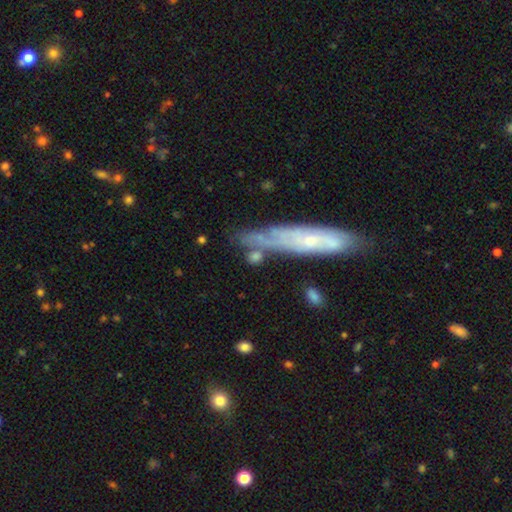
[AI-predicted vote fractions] Morphology: type=smooth (57%); roundness=cigar-shaped (40%); merging=none (58%).